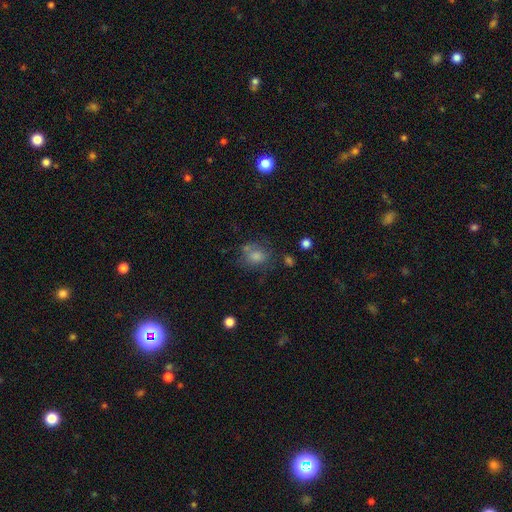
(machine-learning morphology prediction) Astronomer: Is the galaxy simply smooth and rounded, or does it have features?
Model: smooth — 55%.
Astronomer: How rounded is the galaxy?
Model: round — 61% (runner-up: in between, 37%).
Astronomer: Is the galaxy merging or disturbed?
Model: none — 60%.